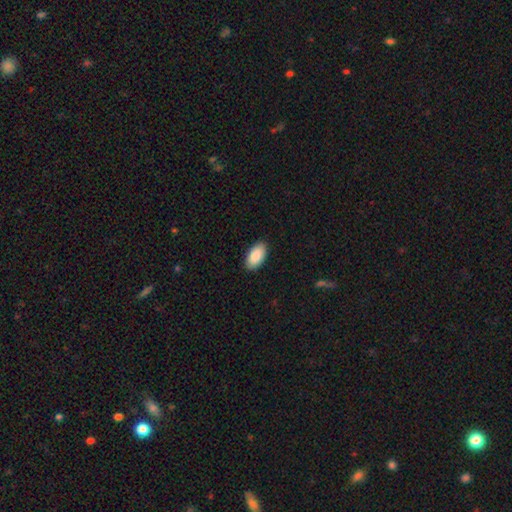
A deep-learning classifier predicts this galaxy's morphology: Smooth or featured? Predicted: smooth (p=0.91). How rounded? Predicted: in between (p=0.96). Merging? Predicted: none (p=0.89).